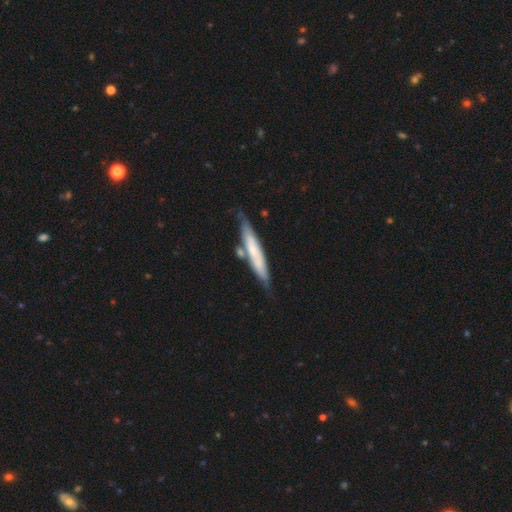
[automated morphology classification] This appears to be a featured or disk galaxy (48%). Merging: none (70%).